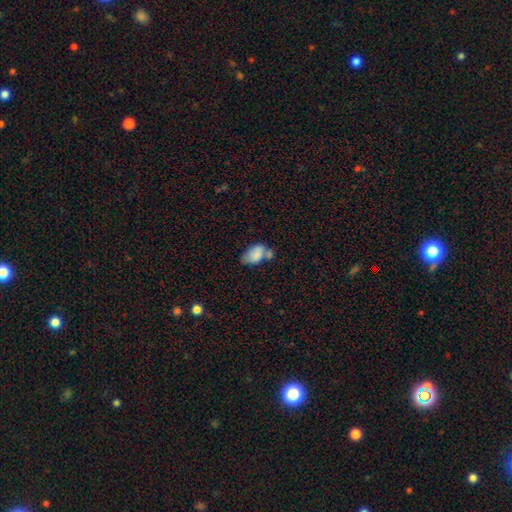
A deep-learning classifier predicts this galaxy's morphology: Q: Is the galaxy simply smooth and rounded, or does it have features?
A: smooth — 76%.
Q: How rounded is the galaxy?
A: in between — 90%.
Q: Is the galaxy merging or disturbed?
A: none — 32%.